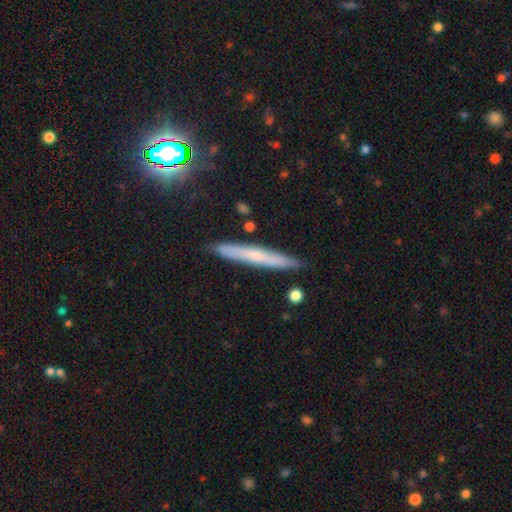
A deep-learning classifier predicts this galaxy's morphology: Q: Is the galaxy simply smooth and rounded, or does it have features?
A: smooth — 48%.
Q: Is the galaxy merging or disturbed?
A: none — 88%.